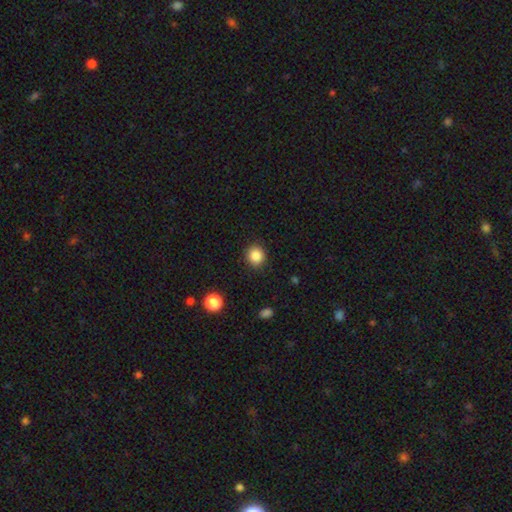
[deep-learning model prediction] smooth_or_featured: smooth (p=0.86) [alt: star or artifact p=0.10]
how_rounded: round (p=0.87) [alt: in between p=0.12]
merging: none (p=0.90) [alt: minor disturbance p=0.07]